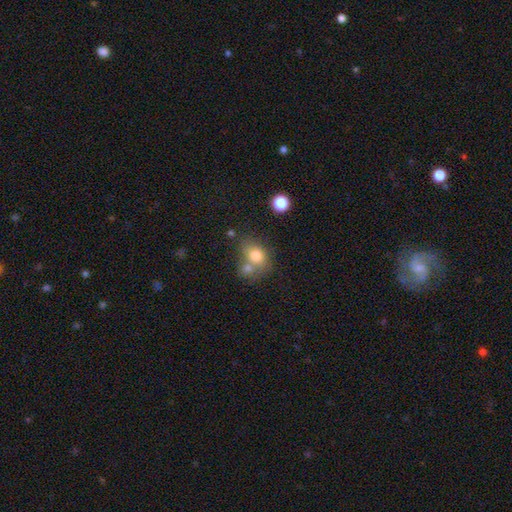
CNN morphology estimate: Smooth or featured? Predicted: smooth (p=0.76). How rounded? Predicted: in between (p=0.57). Merging? Predicted: merger (p=0.41).